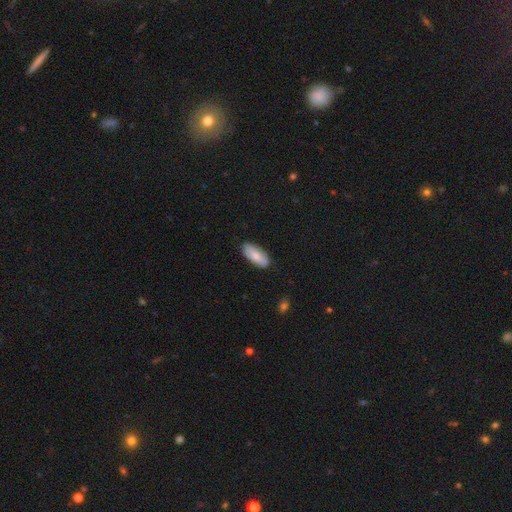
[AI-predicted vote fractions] Smooth or featured? smooth (82%)
How rounded? in between (87%)
Merging? none (83%)